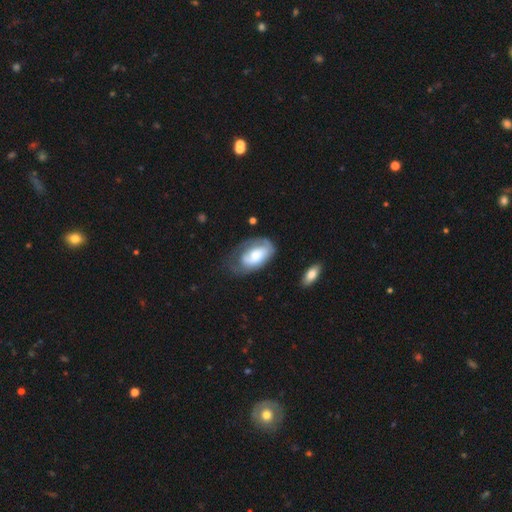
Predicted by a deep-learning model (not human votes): Overall: smooth (48%; featured or disk 45%). Merging: none (42%; minor disturbance 30%).